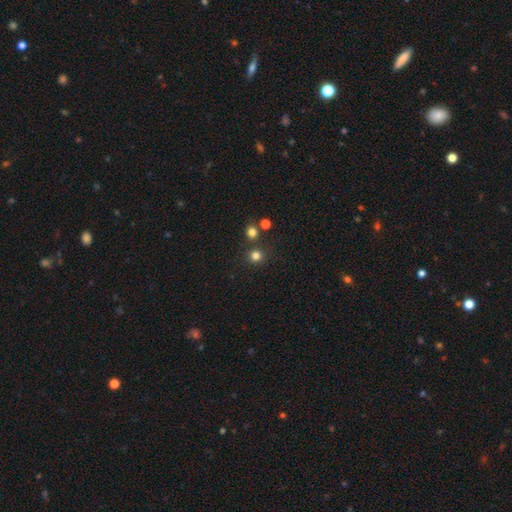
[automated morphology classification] type=smooth (79%); roundness=round (91%); merging=none (82%).